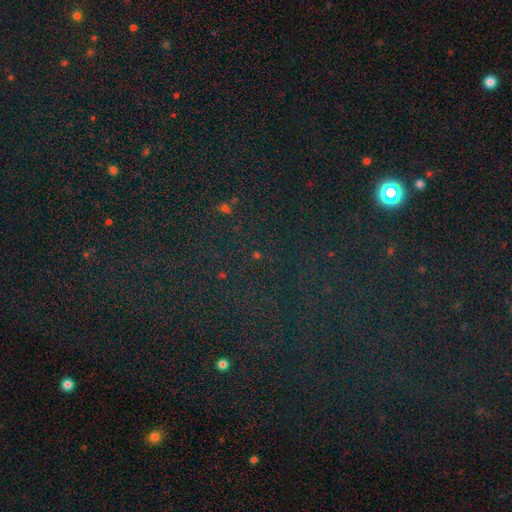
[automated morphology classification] Smooth or featured: star or artifact — 75% (smooth — 17%)